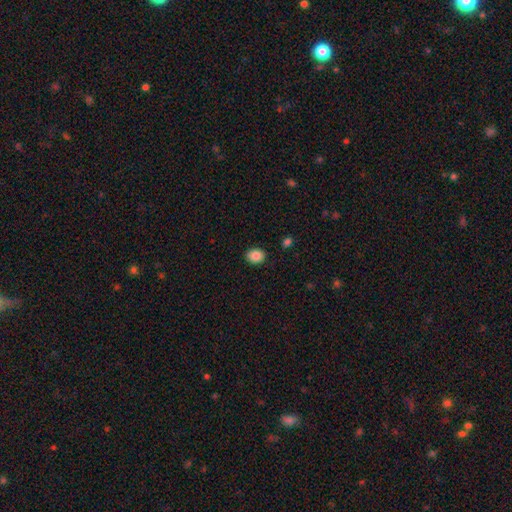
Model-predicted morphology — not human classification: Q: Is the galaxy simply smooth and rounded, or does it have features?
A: smooth — 87%.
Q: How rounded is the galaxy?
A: in between — 50%.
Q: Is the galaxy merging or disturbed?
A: none — 88%.